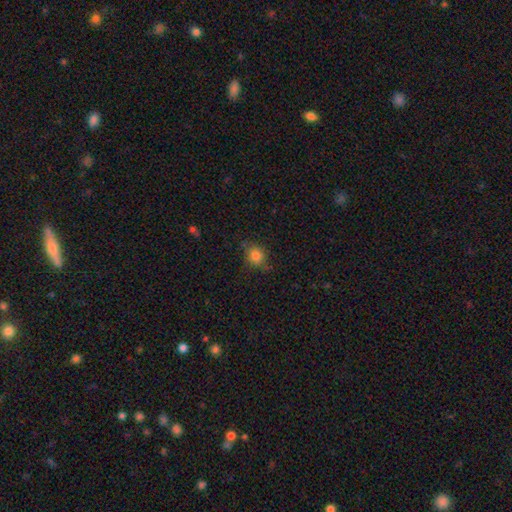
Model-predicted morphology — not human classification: Overall: smooth (82%). How rounded: round (77%). Merging: none (75%).